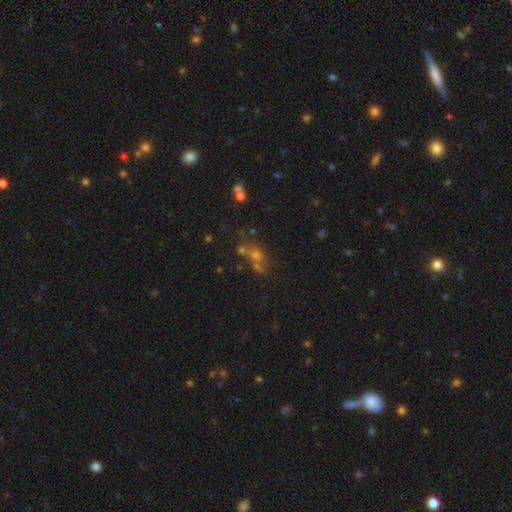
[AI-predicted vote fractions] A smooth galaxy with no disk features (43%).

Vote fractions:
- Smooth or featured? smooth: 43% / star or artifact: 35% / featured or disk: 22%
- Merging? none: 48% / merger: 35% / minor disturbance: 10% / major disturbance: 7%